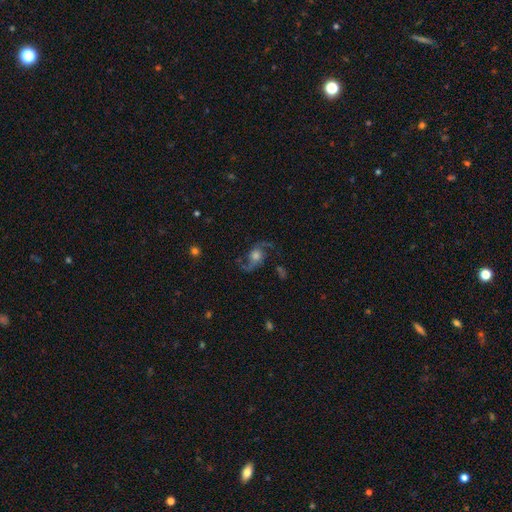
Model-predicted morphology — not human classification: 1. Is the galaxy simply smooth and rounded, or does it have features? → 80% featured or disk, 11% smooth, 9% star or artifact.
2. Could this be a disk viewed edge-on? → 96% no, 4% yes.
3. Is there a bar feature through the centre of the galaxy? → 71% no, 24% weak, 5% strong.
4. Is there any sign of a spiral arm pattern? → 95% yes, 5% no.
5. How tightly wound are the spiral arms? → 68% loose, 27% medium, 5% tight.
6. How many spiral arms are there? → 93% 2, 2% 1, 2% can't tell, 1% 3, 1% 4, 1% more than 4.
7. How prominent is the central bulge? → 45% moderate, 32% large, 13% small, 5% dominant, 4% none.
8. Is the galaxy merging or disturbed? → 72% none, 15% minor disturbance, 11% major disturbance, 2% merger.